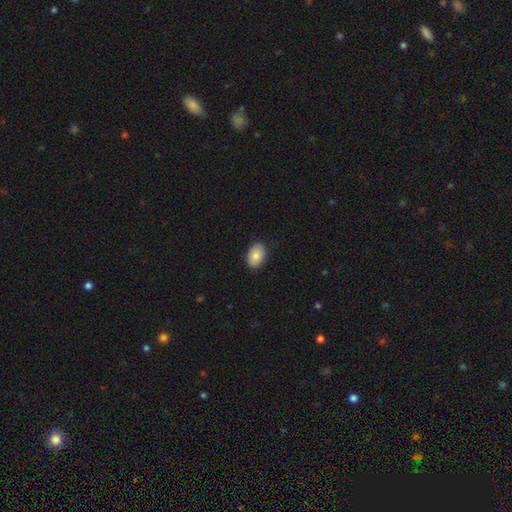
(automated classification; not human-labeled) This appears to be a smooth galaxy with no disk features (86%) that is in between round and cigar-shaped (86%). Merging: none (88%).